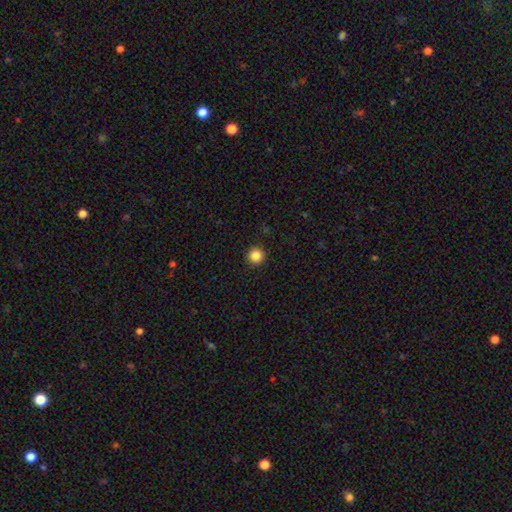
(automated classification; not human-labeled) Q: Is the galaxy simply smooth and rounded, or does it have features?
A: smooth — 85%.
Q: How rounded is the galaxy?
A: round — 96%.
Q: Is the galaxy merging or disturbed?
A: none — 93%.